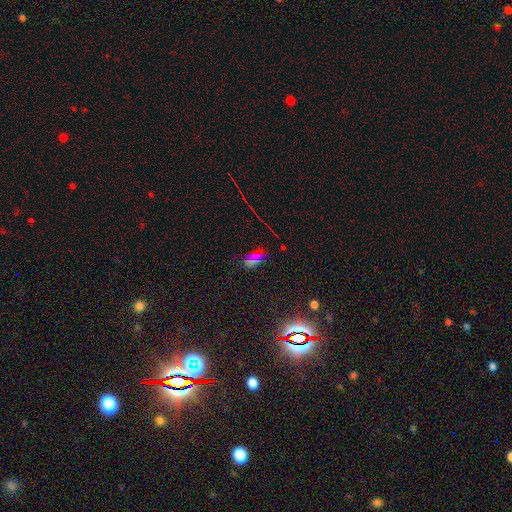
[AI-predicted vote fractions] Morphology: type=star or artifact (54%).